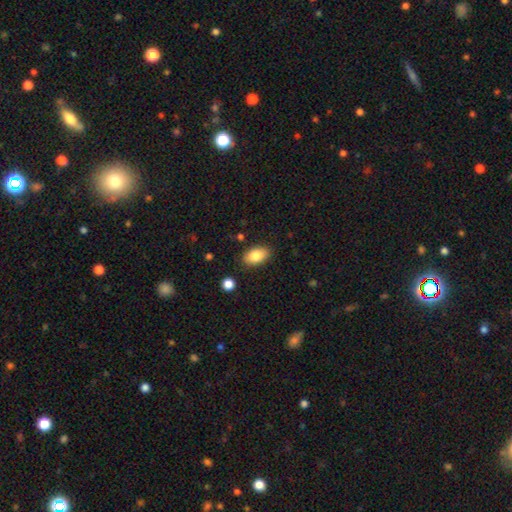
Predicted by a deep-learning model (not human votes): This is clearly a smooth galaxy (84%). How rounded: clearly in between (91%). Merging: clearly none (86%).